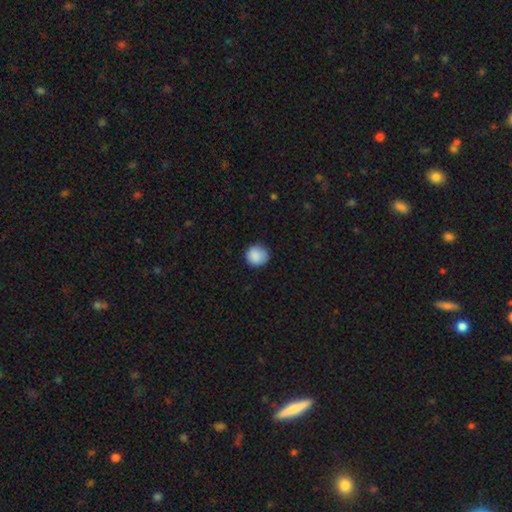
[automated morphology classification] Smooth or featured? Predicted: smooth (p=0.89). How rounded? Predicted: round (p=0.92). Merging? Predicted: none (p=0.84).